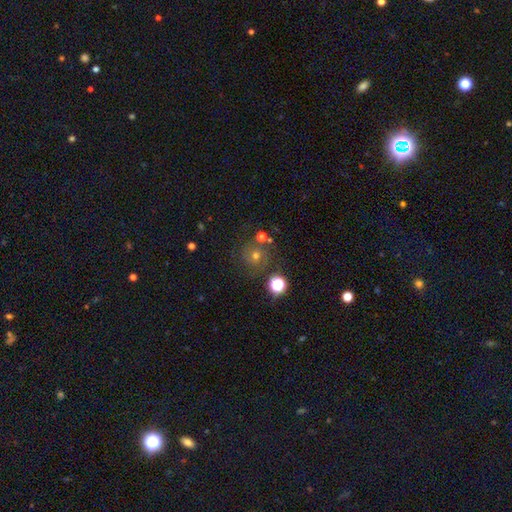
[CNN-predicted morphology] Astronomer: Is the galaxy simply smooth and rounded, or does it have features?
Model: smooth — 36% (runner-up: star or artifact, 33%).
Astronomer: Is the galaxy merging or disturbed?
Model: none — 76%.